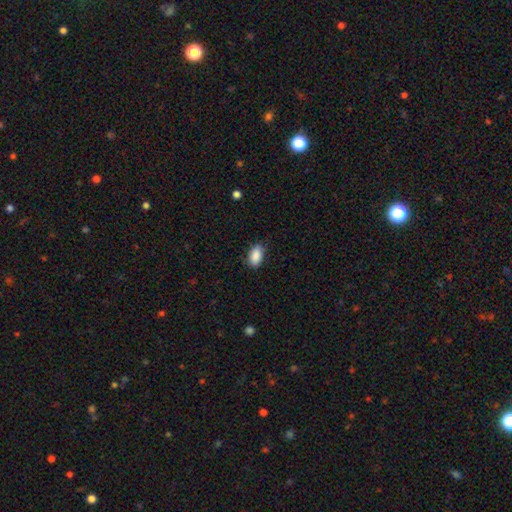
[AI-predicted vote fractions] A smooth galaxy with no disk features (89%) that is in between round and cigar-shaped (92%). Merging: none (82%).